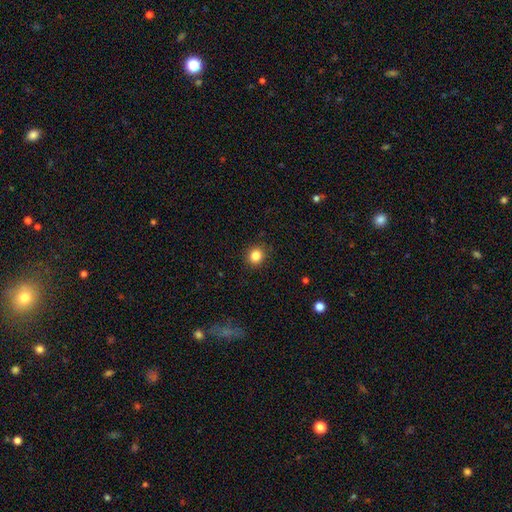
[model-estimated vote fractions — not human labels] Smooth or featured: smooth — 84% (star or artifact — 11%)
How rounded: round — 84% (in between — 15%)
Merging: none — 90% (minor disturbance — 7%)